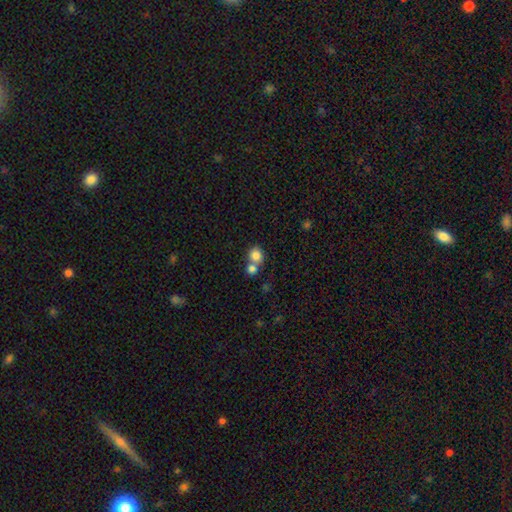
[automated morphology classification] Smooth or featured?
  - smooth: 82% *
  - star or artifact: 10%
  - featured or disk: 8%
How rounded?
  - round: 76% *
  - in between: 23%
  - cigar-shaped: 1%
Merging?
  - merger: 47% *
  - none: 43%
  - minor disturbance: 7%
  - major disturbance: 3%